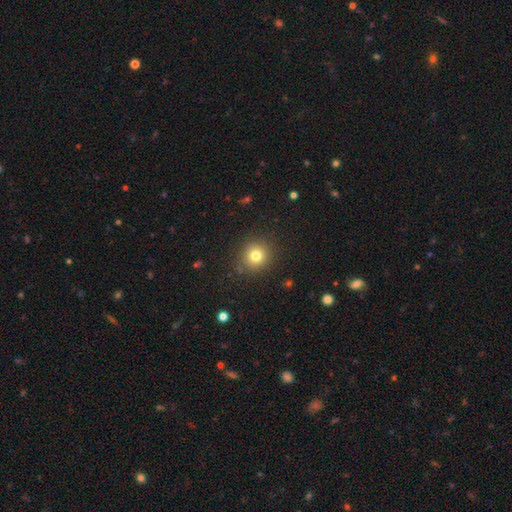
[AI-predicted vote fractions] smooth-or-featured: smooth: 78% | star or artifact: 14% | featured or disk: 8%
  how-rounded: round: 90% | in between: 9% | cigar-shaped: 1%
  merging: none: 88% | minor disturbance: 8% | major disturbance: 3% | merger: 1%